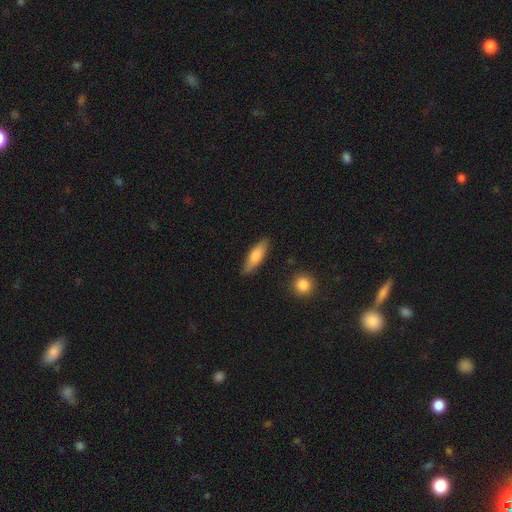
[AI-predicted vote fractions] The model was most divided on "how rounded": cigar-shaped: 53%, in between: 45%, round: 2%. More confident: merging — none (84%); smooth or featured — smooth (77%).